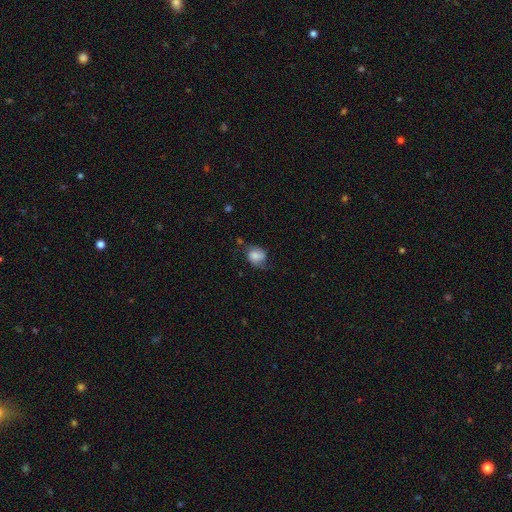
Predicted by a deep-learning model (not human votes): Overall: smooth (69%). How rounded: round (52%; in between 47%). Merging: none (49%; minor disturbance 33%).